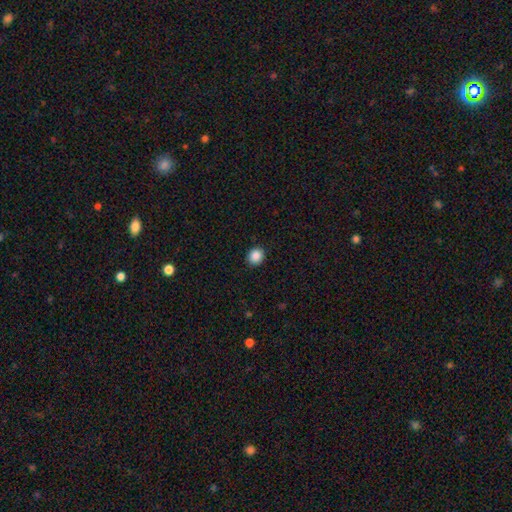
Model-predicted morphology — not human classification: The model was most divided on "how rounded": round: 78%, in between: 22%, cigar-shaped: 1%. More confident: merging — none (90%); smooth or featured — smooth (87%).